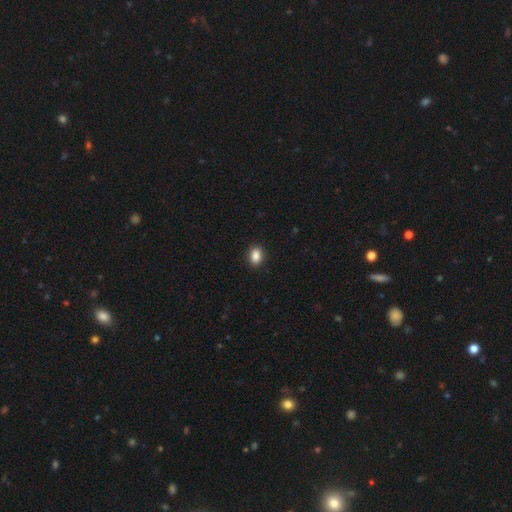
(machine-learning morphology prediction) Smooth or featured?
  - smooth: 88% *
  - star or artifact: 9%
  - featured or disk: 3%
How rounded?
  - in between: 74% *
  - round: 25%
  - cigar-shaped: 1%
Merging?
  - none: 90% *
  - minor disturbance: 7%
  - major disturbance: 2%
  - merger: 1%